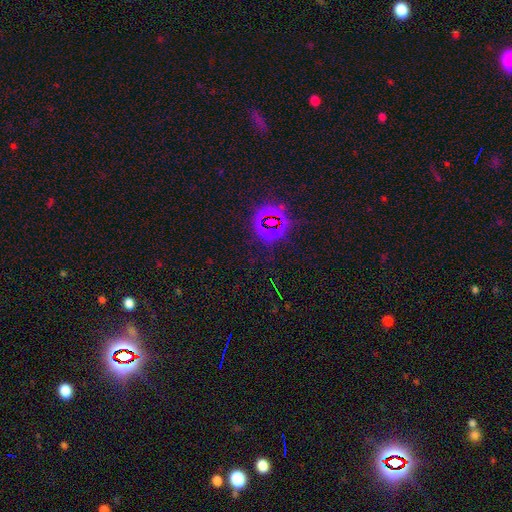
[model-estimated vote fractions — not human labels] Smooth or featured? star or artifact (81%)